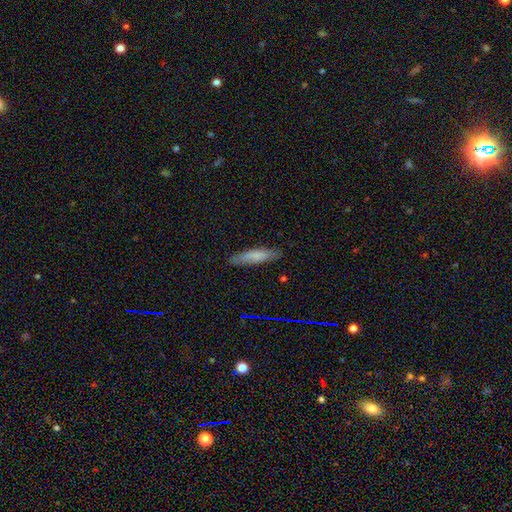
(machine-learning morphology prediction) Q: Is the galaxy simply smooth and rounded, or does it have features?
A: smooth — 74%.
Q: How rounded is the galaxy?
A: cigar-shaped — 73%.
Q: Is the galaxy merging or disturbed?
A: none — 83%.